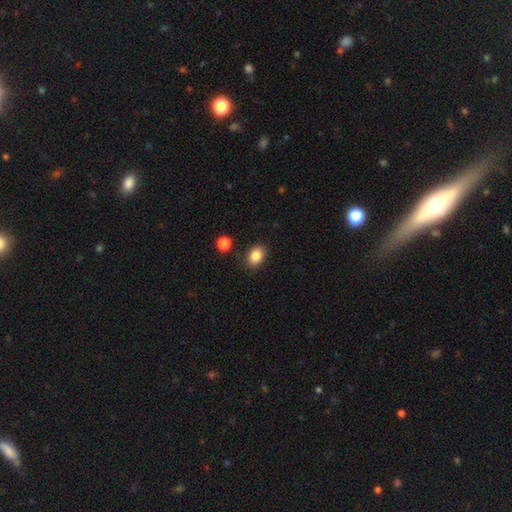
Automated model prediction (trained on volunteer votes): Smooth or featured?
  - smooth: 86% *
  - star or artifact: 9%
  - featured or disk: 5%
How rounded?
  - in between: 68% *
  - round: 31%
  - cigar-shaped: 1%
Merging?
  - none: 84% *
  - minor disturbance: 11%
  - merger: 3%
  - major disturbance: 3%